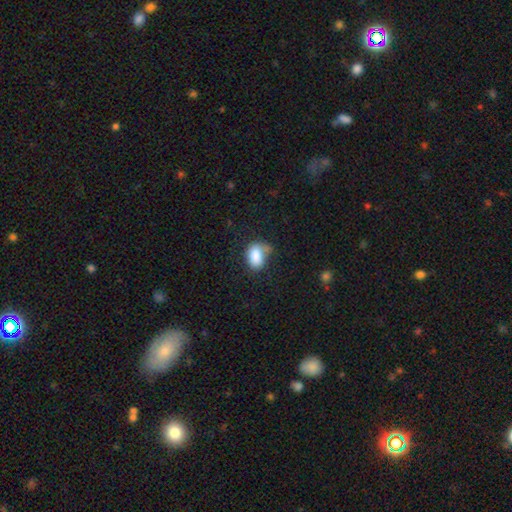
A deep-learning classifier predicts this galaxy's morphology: Smooth or featured? Predicted: smooth (p=0.85). How rounded? Predicted: in between (p=0.83). Merging? Predicted: none (p=0.46).